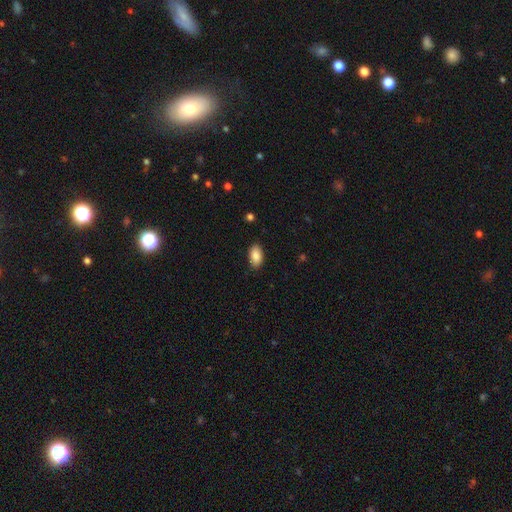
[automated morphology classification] Q: Smooth or featured?
A: smooth (88%); runner-up: star or artifact (7%)
Q: How rounded?
A: in between (94%); runner-up: round (4%)
Q: Merging?
A: none (88%); runner-up: minor disturbance (9%)